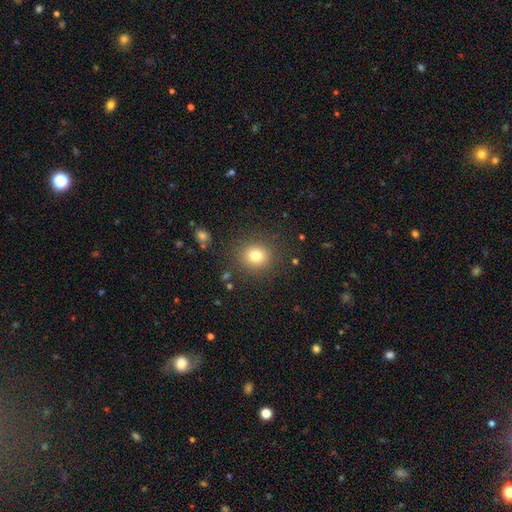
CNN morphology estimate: This is likely a smooth galaxy (78%). How rounded: clearly round (84%). Merging: clearly none (86%).